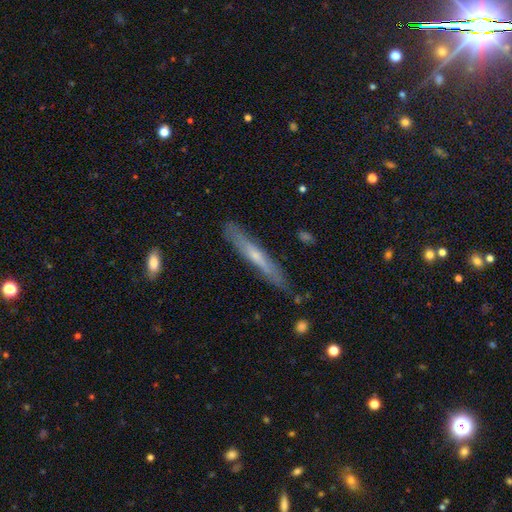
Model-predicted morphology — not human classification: Q: Smooth or featured?
A: featured or disk (57%); runner-up: smooth (36%)
Q: Edge-on disk?
A: yes (90%); runner-up: no (10%)
Q: Edge-on bulge?
A: none (48%); runner-up: rounded (47%)
Q: Merging?
A: none (81%); runner-up: minor disturbance (15%)